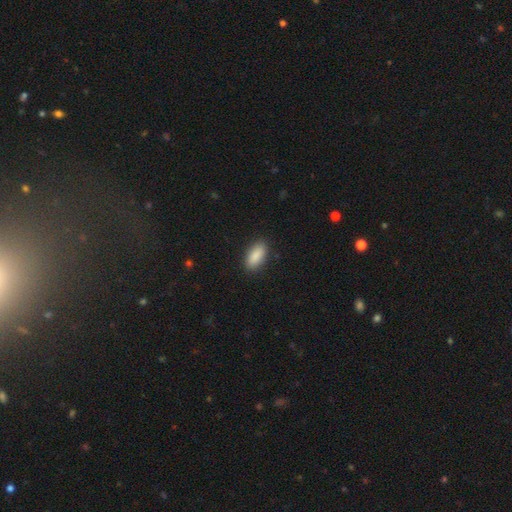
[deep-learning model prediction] Morphology: type=smooth (89%); roundness=in between (86%); merging=none (88%).